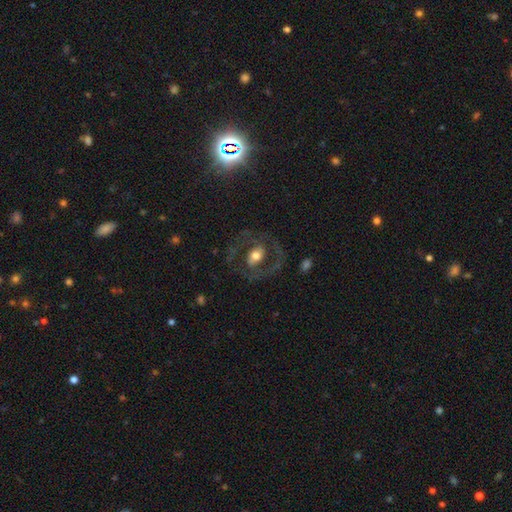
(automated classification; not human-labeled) smooth_or_featured: featured or disk (p=0.64) [alt: smooth p=0.29]
disk_edge_on: no (p=0.96) [alt: yes p=0.04]
bar: no (p=0.55) [alt: weak p=0.30]
has_spiral_arms: yes (p=0.52) [alt: no p=0.48]
bulge_size: moderate (p=0.64) [alt: large p=0.22]
merging: none (p=0.66) [alt: major disturbance p=0.18]